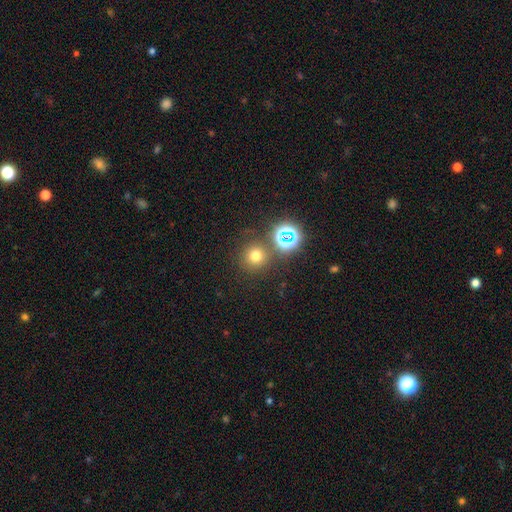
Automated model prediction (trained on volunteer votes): Morphology: type=smooth (67%); roundness=round (93%); merging=none (80%).